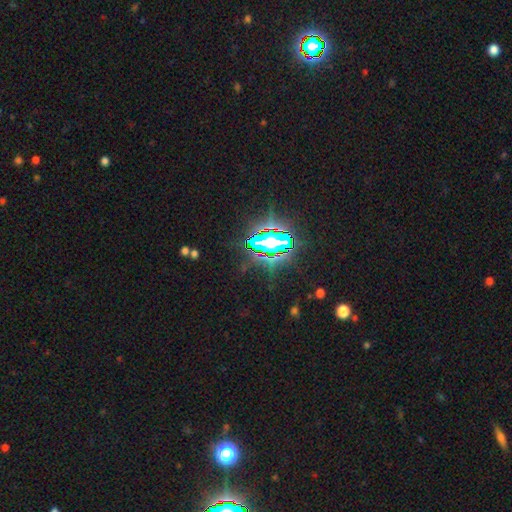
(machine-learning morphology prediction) type=star or artifact (82%).